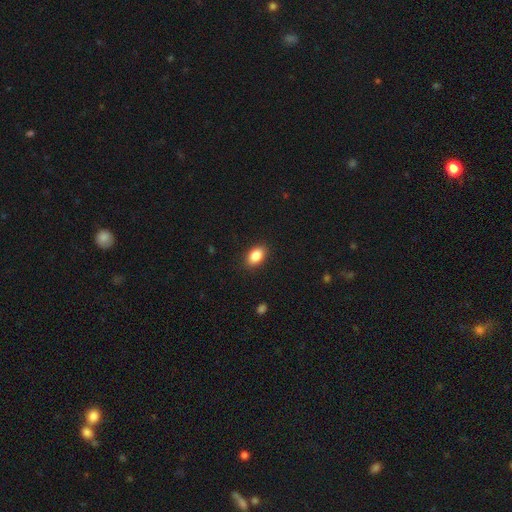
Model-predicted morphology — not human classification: Q: Smooth or featured?
A: smooth (87%); runner-up: star or artifact (8%)
Q: How rounded?
A: in between (89%); runner-up: round (10%)
Q: Merging?
A: none (89%); runner-up: minor disturbance (8%)